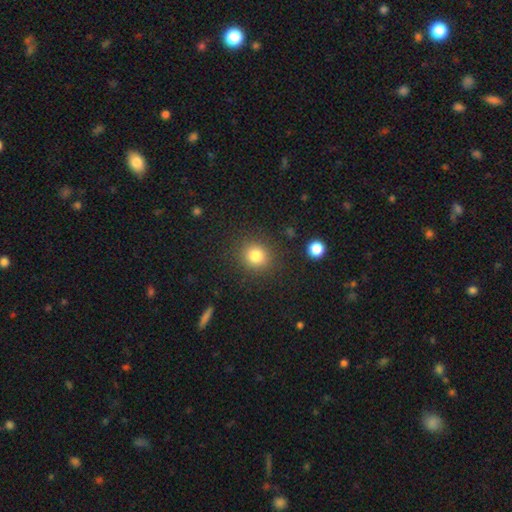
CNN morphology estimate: Smooth or featured?
  - smooth: 82% *
  - star or artifact: 12%
  - featured or disk: 6%
How rounded?
  - round: 84% *
  - in between: 15%
  - cigar-shaped: 1%
Merging?
  - none: 87% *
  - minor disturbance: 8%
  - major disturbance: 3%
  - merger: 2%